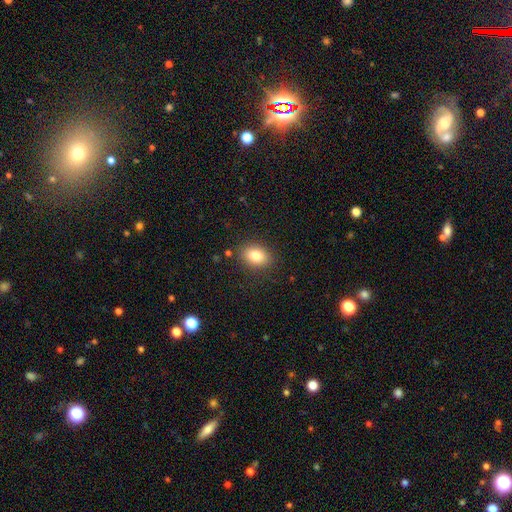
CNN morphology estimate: A smooth galaxy with no disk features (82%) that is in between round and cigar-shaped (74%).

Vote fractions:
- Smooth or featured? smooth: 82% / star or artifact: 10% / featured or disk: 9%
- How rounded? in between: 74% / round: 24% / cigar-shaped: 1%
- Merging? none: 85% / minor disturbance: 10% / major disturbance: 3% / merger: 2%